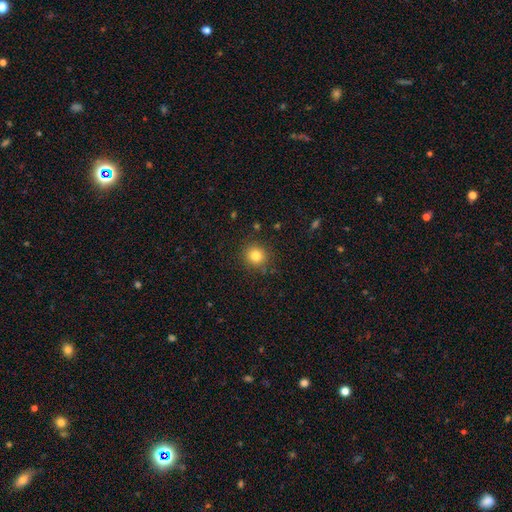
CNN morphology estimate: A smooth galaxy with no disk features (82%) that is round (90%).

Vote fractions:
- Smooth or featured? smooth: 82% / star or artifact: 12% / featured or disk: 6%
- How rounded? round: 90% / in between: 9% / cigar-shaped: 1%
- Merging? none: 88% / minor disturbance: 8% / major disturbance: 3% / merger: 1%